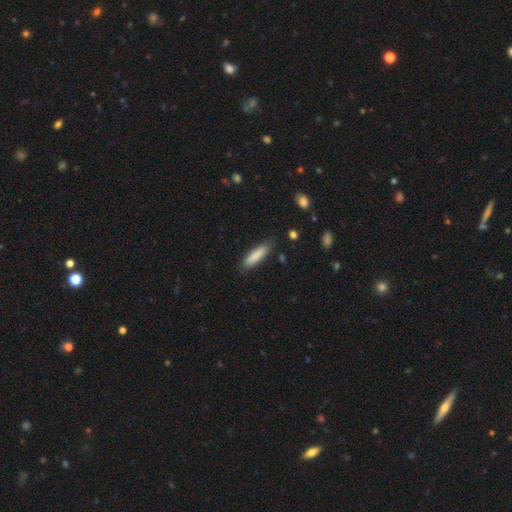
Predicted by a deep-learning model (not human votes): Smooth or featured?
  - smooth: 85% *
  - featured or disk: 9%
  - star or artifact: 6%
How rounded?
  - cigar-shaped: 74% *
  - in between: 24%
  - round: 1%
Merging?
  - none: 83% *
  - minor disturbance: 13%
  - major disturbance: 3%
  - merger: 1%